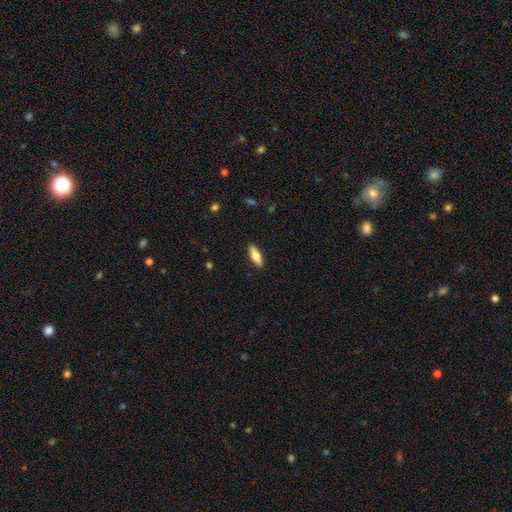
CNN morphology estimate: This is likely a smooth galaxy (61%). How rounded: possibly in between (52%). Merging: clearly none (90%).